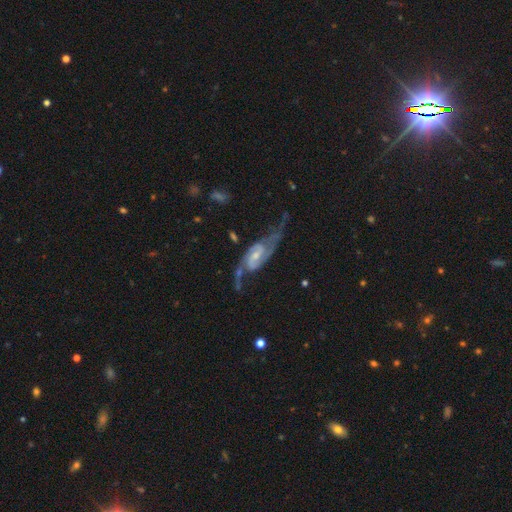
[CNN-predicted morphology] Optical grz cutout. It shows a featured or disk galaxy (89%) with a weak bar (50%), 2 (91%) medium (43%) spiral arms (97%) and a small central bulge (53%). Merging: none (54%).